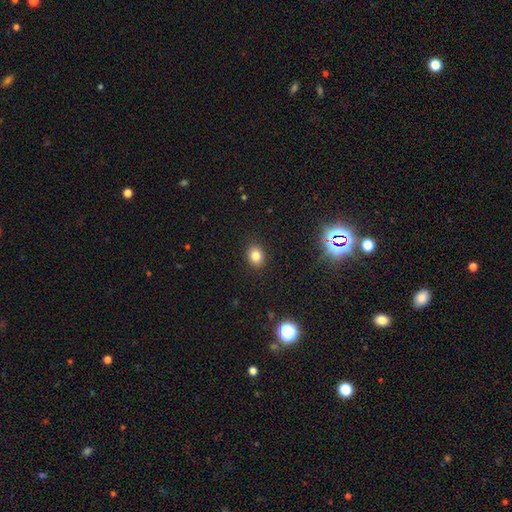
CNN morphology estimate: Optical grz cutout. It shows a smooth galaxy with no disk features (80%) that is in between round and cigar-shaped (52%). Merging: none (89%).